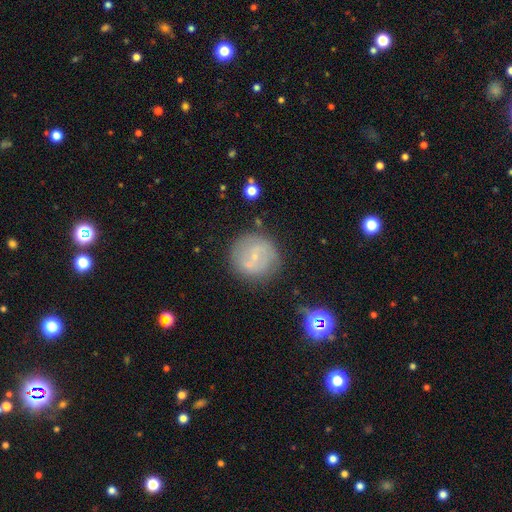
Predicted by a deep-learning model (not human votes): featured or disk 50%, smooth 39%, star or artifact 11%. Down the decision tree: merging — none (73%).